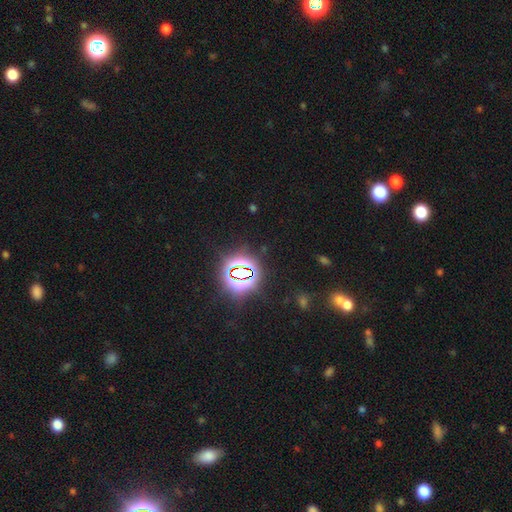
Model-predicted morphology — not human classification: smooth_or_featured: star or artifact (p=0.71) [alt: smooth p=0.21]